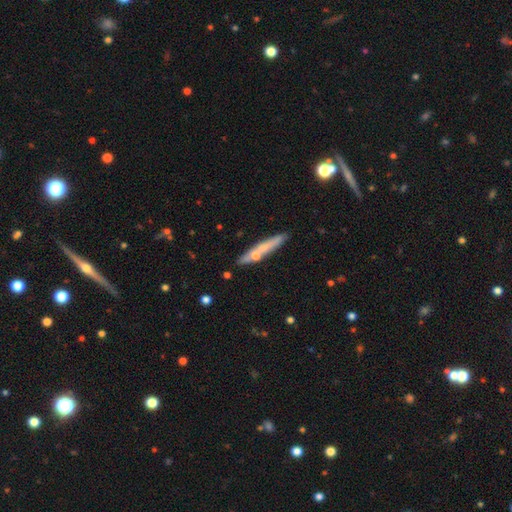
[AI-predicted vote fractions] Smooth or featured? smooth (52%)
How rounded? cigar-shaped (88%)
Merging? none (71%)